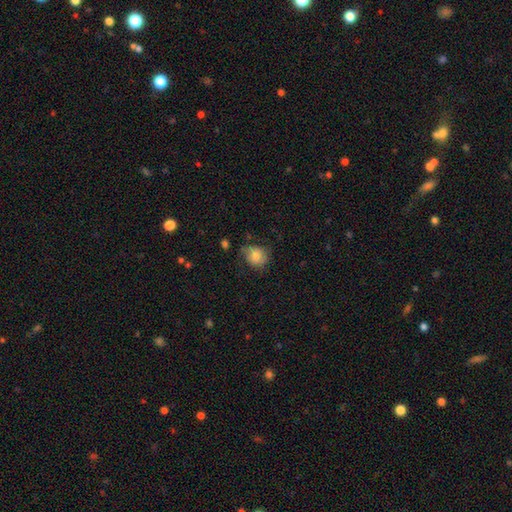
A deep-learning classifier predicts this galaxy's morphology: Smooth or featured? Predicted: smooth (p=0.73). How rounded? Predicted: round (p=0.71). Merging? Predicted: none (p=0.59).